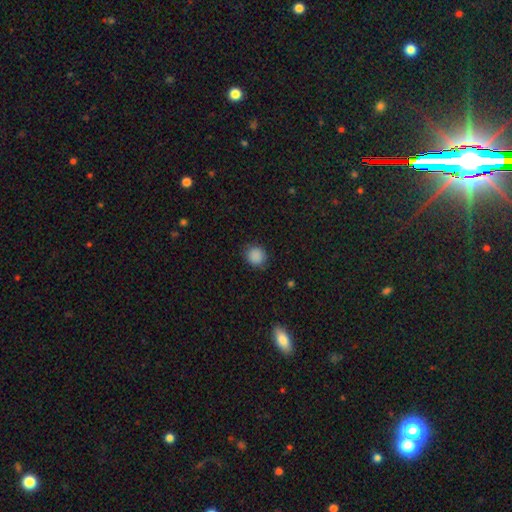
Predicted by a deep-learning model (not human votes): smooth-or-featured: smooth: 87% | star or artifact: 10% | featured or disk: 3%
  how-rounded: round: 85% | in between: 14% | cigar-shaped: 1%
  merging: none: 84% | minor disturbance: 12% | major disturbance: 3% | merger: 1%